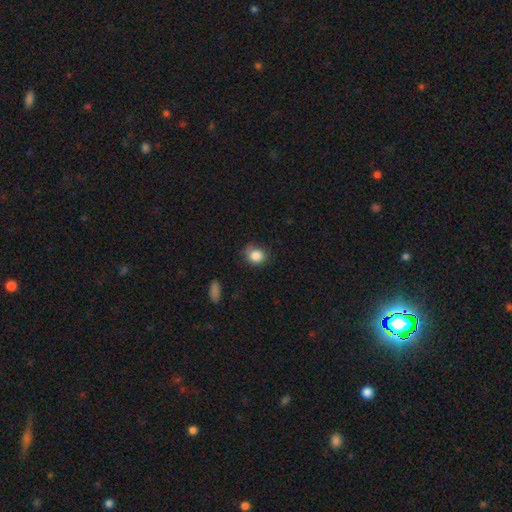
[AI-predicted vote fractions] A smooth galaxy with no disk features (85%) that is round (71%).

Vote fractions:
- Smooth or featured? smooth: 85% / star or artifact: 9% / featured or disk: 6%
- How rounded? round: 71% / in between: 28% / cigar-shaped: 1%
- Merging? none: 64% / minor disturbance: 28% / major disturbance: 6% / merger: 2%